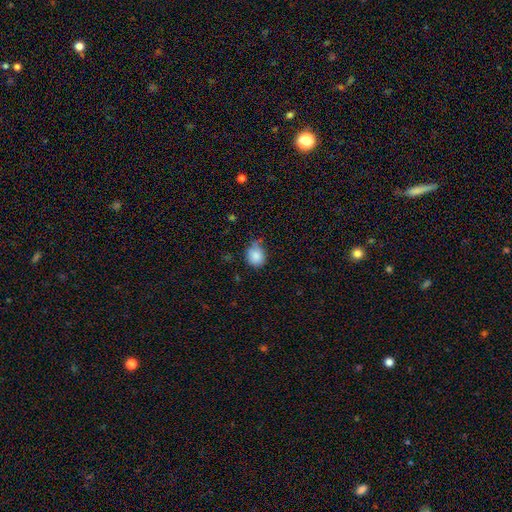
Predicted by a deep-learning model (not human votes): smooth 86%, star or artifact 9%, featured or disk 5%. Down the decision tree: how rounded — round (66%); merging — none (58%).